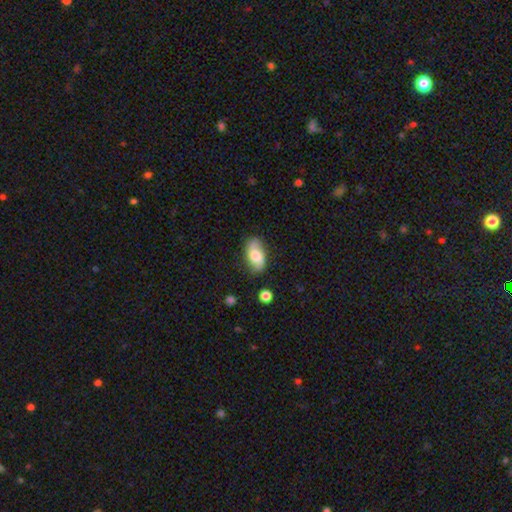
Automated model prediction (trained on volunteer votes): Smooth or featured?
  - smooth: 66% *
  - featured or disk: 27%
  - star or artifact: 7%
How rounded?
  - in between: 92% *
  - round: 5%
  - cigar-shaped: 4%
Merging?
  - none: 75% *
  - minor disturbance: 18%
  - major disturbance: 4%
  - merger: 2%